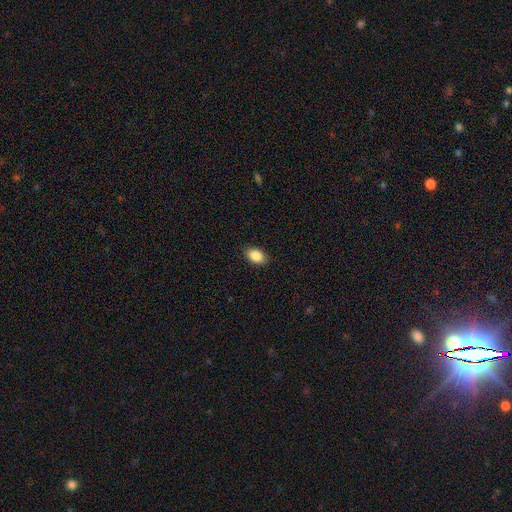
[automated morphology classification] The model was most divided on "how rounded": in between: 88%, round: 10%, cigar-shaped: 1%. More confident: merging — none (89%); smooth or featured — smooth (88%).